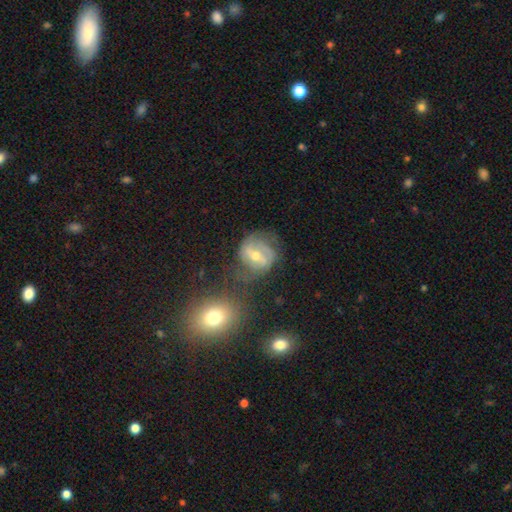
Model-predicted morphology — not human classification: The model was most divided on "spiral winding": medium: 42%, tight: 38%, loose: 19%. Remaining: edge-on disk — no (97%); spiral arms — yes (85%); smooth or featured — featured or disk (72%); bulge size — moderate (64%); spiral arm count — 2 (53%); merging — none (51%); bar — weak (48%).